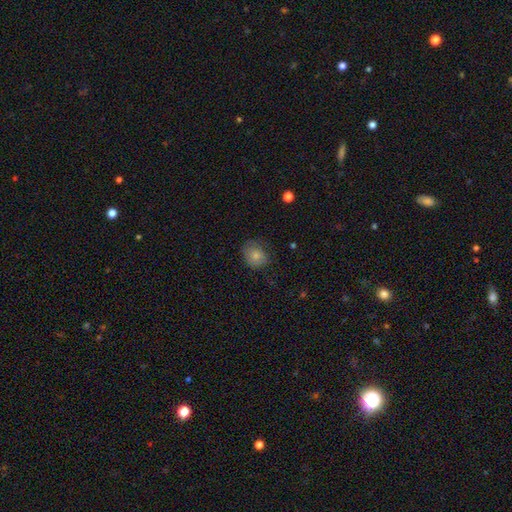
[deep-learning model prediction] Morphology: type=smooth (79%); roundness=round (63%); merging=none (67%).